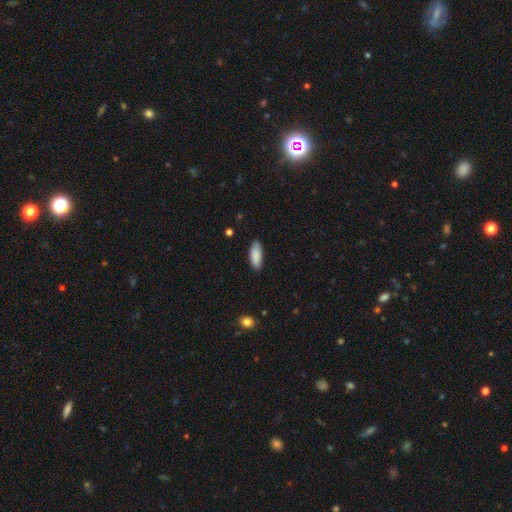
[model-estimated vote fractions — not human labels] Smooth or featured? smooth (87%)
How rounded? in between (79%)
Merging? none (83%)